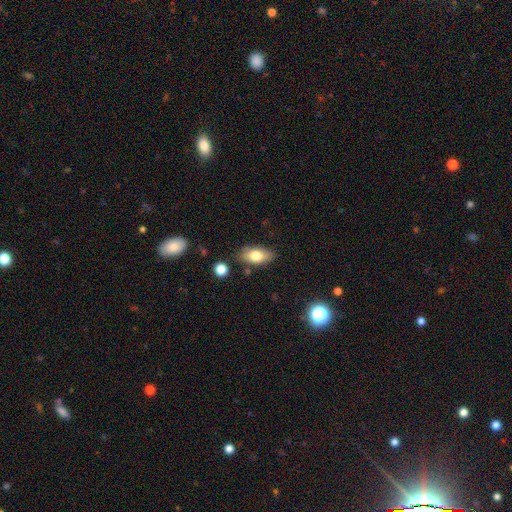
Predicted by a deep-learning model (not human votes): smooth 75%, featured or disk 17%, star or artifact 8%. Down the decision tree: how rounded — in between (88%); merging — none (80%).